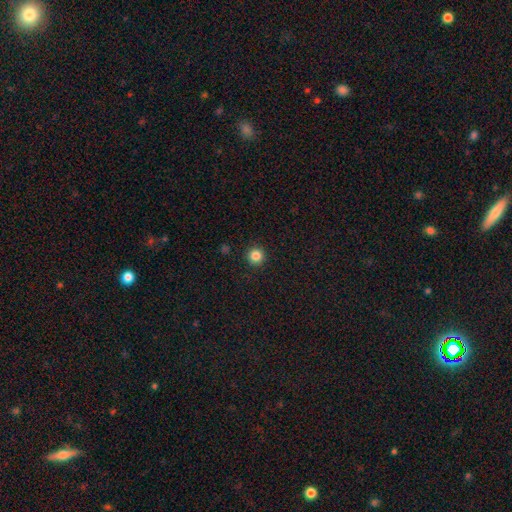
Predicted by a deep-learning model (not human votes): smooth_or_featured: smooth (p=0.85) [alt: star or artifact p=0.11]
how_rounded: round (p=0.96) [alt: in between p=0.03]
merging: none (p=0.93) [alt: minor disturbance p=0.04]